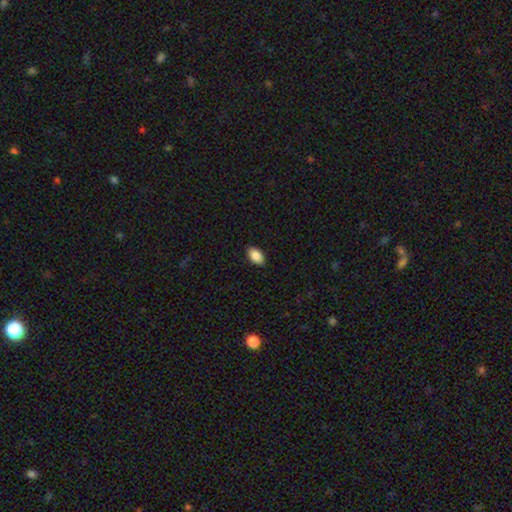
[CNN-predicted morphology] A smooth galaxy with no disk features (89%) that is in between round and cigar-shaped (93%). Merging: none (89%).